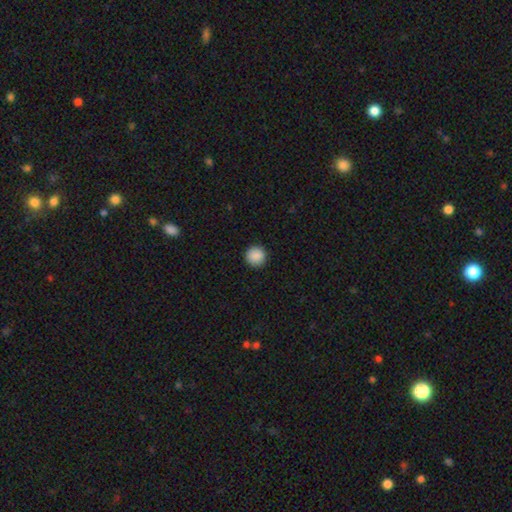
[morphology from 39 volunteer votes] This appears to be a smooth galaxy with no disk features (92%) that is round (92%). Merging: none (86%).